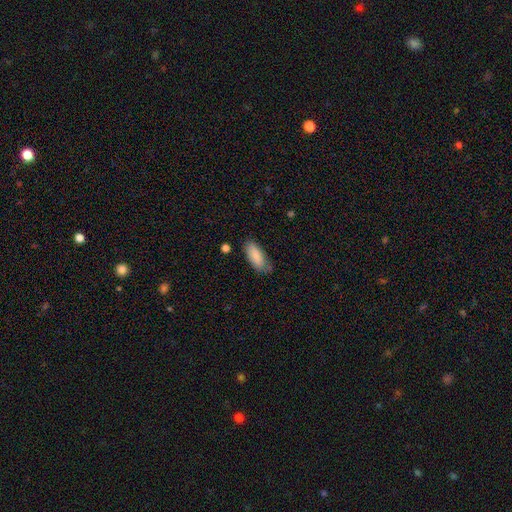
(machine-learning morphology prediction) smooth 88%, star or artifact 6%, featured or disk 6%. Down the decision tree: how rounded — in between (82%); merging — none (69%).